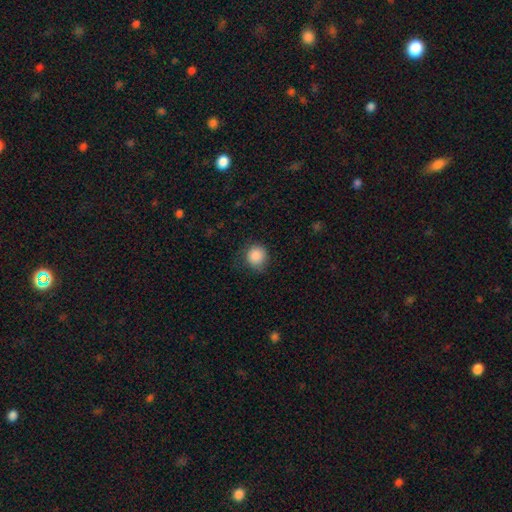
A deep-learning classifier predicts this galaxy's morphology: smooth-or-featured: smooth: 88% | star or artifact: 9% | featured or disk: 4%
  how-rounded: round: 89% | in between: 10% | cigar-shaped: 1%
  merging: none: 75% | minor disturbance: 18% | major disturbance: 6% | merger: 1%